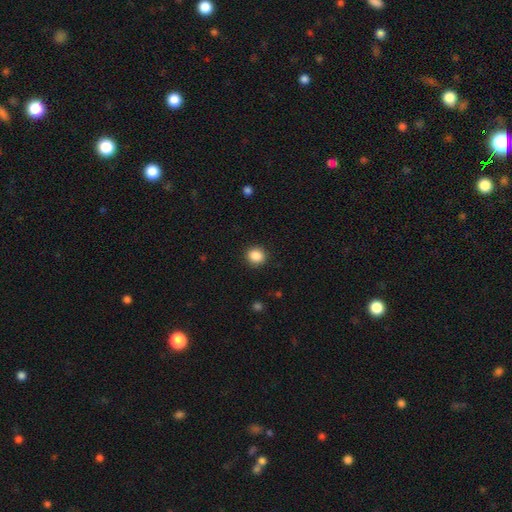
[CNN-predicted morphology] The model was most divided on "how rounded": round: 82%, in between: 17%, cigar-shaped: 1%. More confident: merging — none (91%); smooth or featured — smooth (87%).